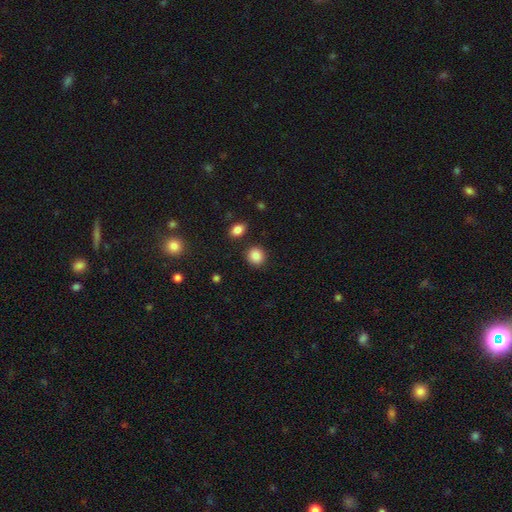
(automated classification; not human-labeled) A smooth galaxy with no disk features (88%) that is round (87%).

Vote fractions:
- Smooth or featured? smooth: 88% / star or artifact: 9% / featured or disk: 3%
- How rounded? round: 87% / in between: 12% / cigar-shaped: 1%
- Merging? none: 87% / minor disturbance: 7% / merger: 3% / major disturbance: 3%